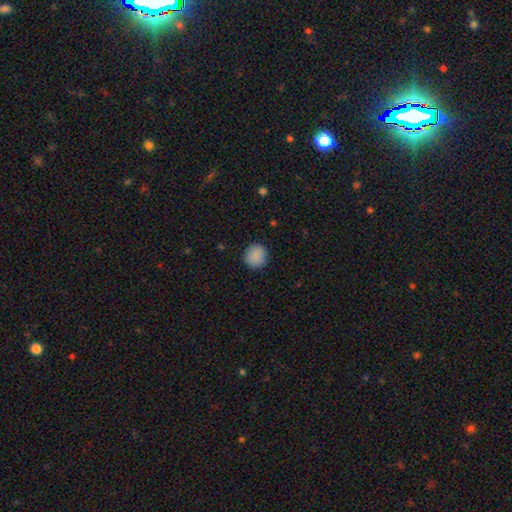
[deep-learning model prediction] Smooth or featured? Predicted: smooth (p=0.89). How rounded? Predicted: round (p=0.89). Merging? Predicted: none (p=0.89).